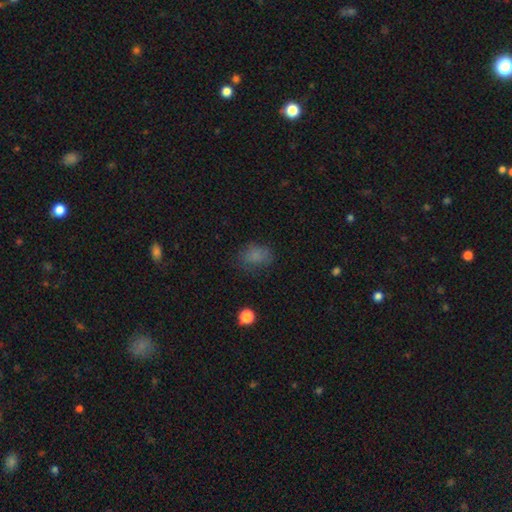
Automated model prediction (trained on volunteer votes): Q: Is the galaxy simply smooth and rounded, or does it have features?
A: smooth — 77%.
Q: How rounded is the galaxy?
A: in between — 67%.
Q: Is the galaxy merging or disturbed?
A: none — 68%.